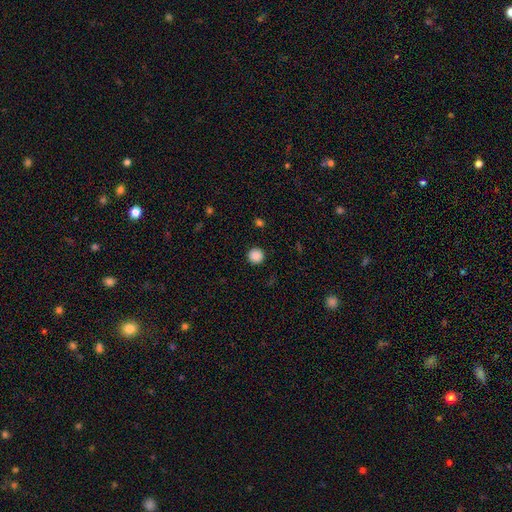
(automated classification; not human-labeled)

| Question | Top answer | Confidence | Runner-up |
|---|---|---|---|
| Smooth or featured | smooth | 88% | star or artifact (10%) |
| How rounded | round | 96% | in between (3%) |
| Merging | none | 92% | minor disturbance (5%) |